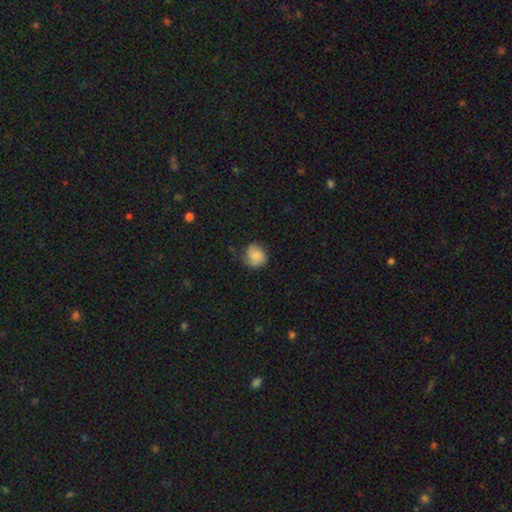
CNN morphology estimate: smooth-or-featured: smooth: 64% | featured or disk: 28% | star or artifact: 8%
  how-rounded: round: 74% | in between: 25% | cigar-shaped: 1%
  merging: none: 61% | minor disturbance: 27% | major disturbance: 10% | merger: 1%